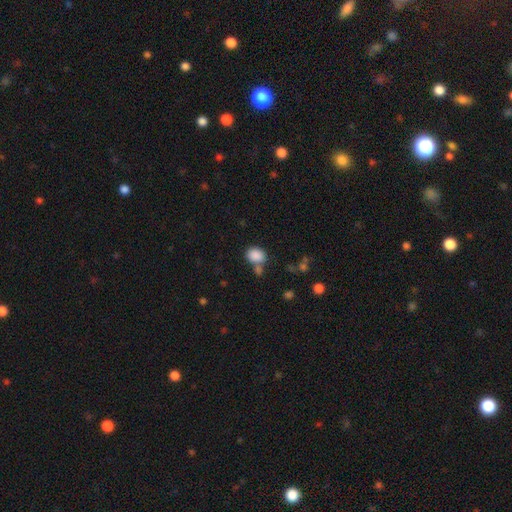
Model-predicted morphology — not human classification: Q: Smooth or featured?
A: smooth (86%); runner-up: star or artifact (9%)
Q: How rounded?
A: in between (54%); runner-up: round (45%)
Q: Merging?
A: none (59%); runner-up: merger (23%)